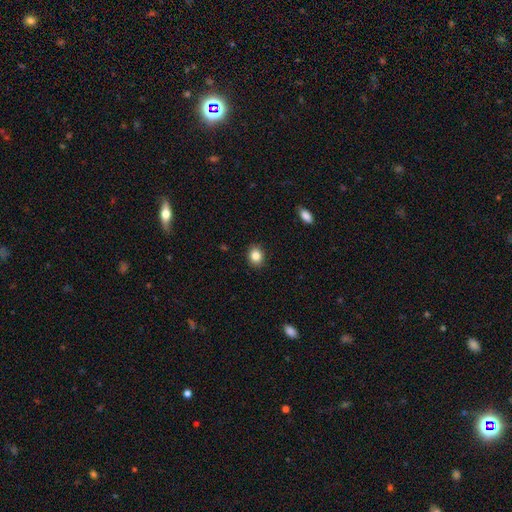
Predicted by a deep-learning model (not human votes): A smooth galaxy with no disk features (85%) that is round (55%).

Vote fractions:
- Smooth or featured? smooth: 85% / star or artifact: 10% / featured or disk: 6%
- How rounded? round: 55% / in between: 44% / cigar-shaped: 1%
- Merging? none: 89% / minor disturbance: 8% / major disturbance: 2% / merger: 1%